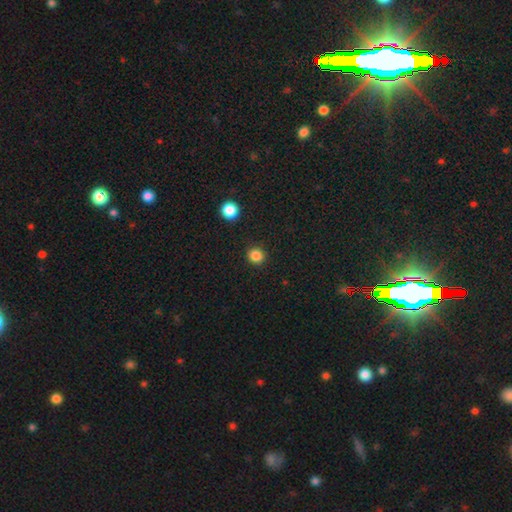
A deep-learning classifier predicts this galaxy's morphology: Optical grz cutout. It shows a smooth galaxy with no disk features (85%) that is round (91%). Merging: none (91%).